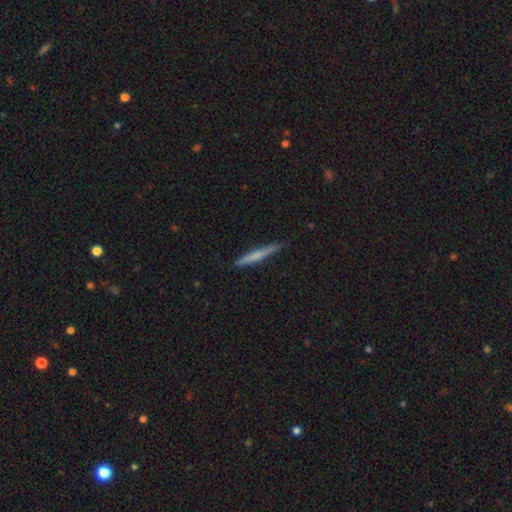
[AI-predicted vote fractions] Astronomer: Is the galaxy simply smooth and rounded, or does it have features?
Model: smooth — 59% (runner-up: featured or disk, 36%).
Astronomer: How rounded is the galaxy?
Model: cigar-shaped — 96%.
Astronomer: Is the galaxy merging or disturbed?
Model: none — 86%.